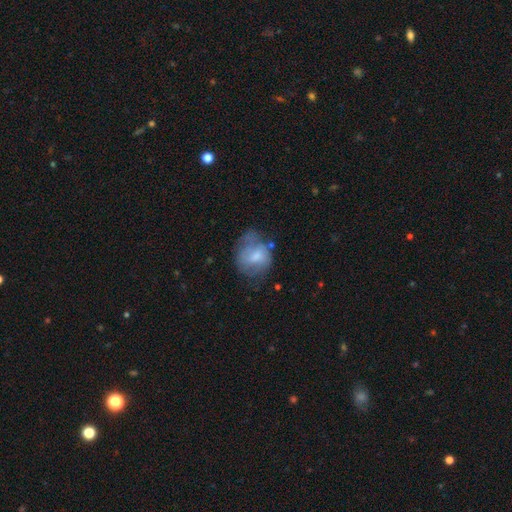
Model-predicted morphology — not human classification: The model was most divided on "merging": none: 43%, minor disturbance: 31%, major disturbance: 22%, merger: 4%. More confident: how rounded — round (60%); smooth or featured — smooth (55%).